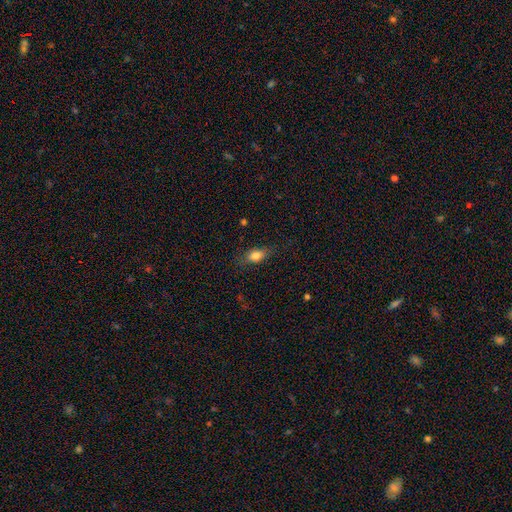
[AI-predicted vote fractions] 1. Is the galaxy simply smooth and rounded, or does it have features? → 80% smooth, 11% featured or disk, 9% star or artifact.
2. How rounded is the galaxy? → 78% in between, 12% round, 10% cigar-shaped.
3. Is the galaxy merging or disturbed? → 77% none, 17% minor disturbance, 5% major disturbance, 1% merger.